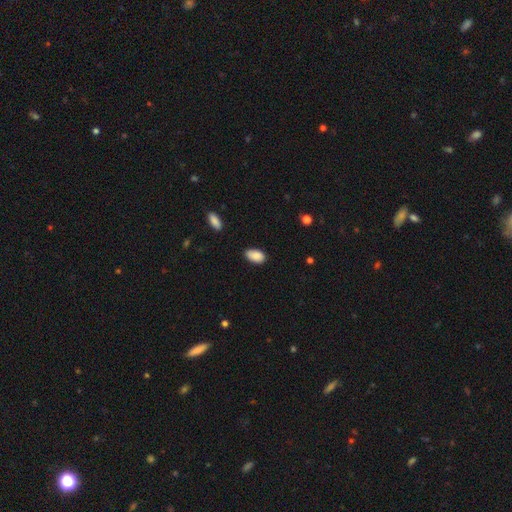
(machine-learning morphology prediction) Q: Smooth or featured?
A: smooth (88%); runner-up: star or artifact (7%)
Q: How rounded?
A: in between (94%); runner-up: round (4%)
Q: Merging?
A: none (78%); runner-up: minor disturbance (18%)